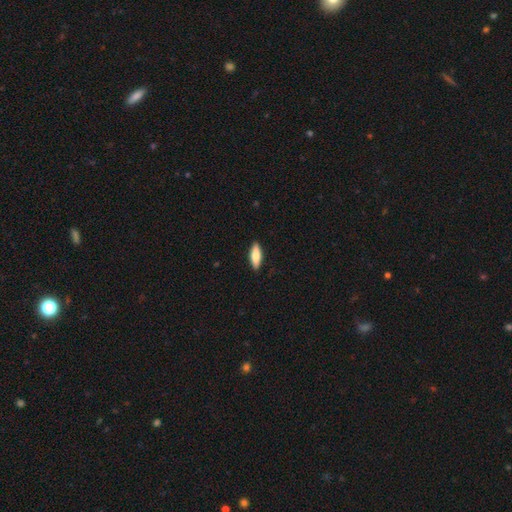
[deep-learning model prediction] The model was most divided on "how rounded": in between: 62%, cigar-shaped: 36%, round: 2%. More confident: merging — none (90%); smooth or featured — smooth (74%).